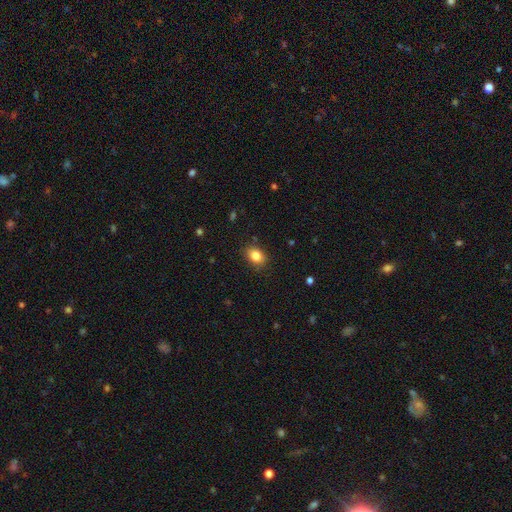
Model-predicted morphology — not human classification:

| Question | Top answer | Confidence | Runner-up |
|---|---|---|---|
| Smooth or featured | smooth | 84% | star or artifact (10%) |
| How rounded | in between | 68% | round (31%) |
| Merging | none | 86% | minor disturbance (10%) |